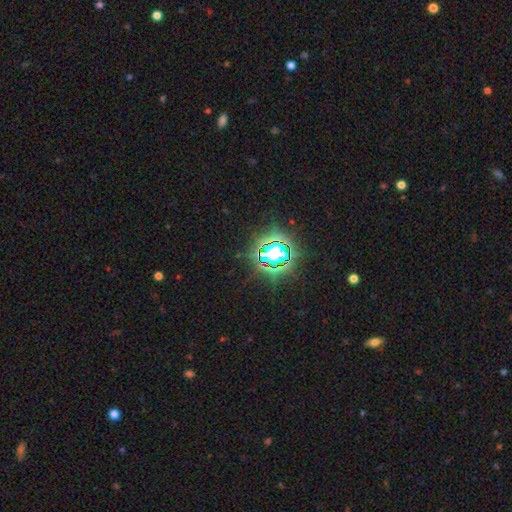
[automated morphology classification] Smooth or featured: star or artifact — 80% (smooth — 12%)